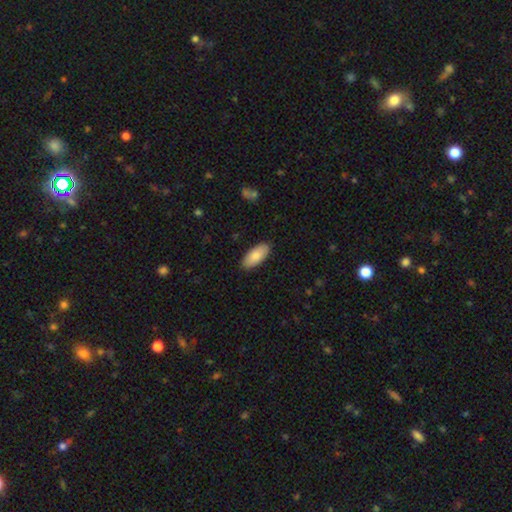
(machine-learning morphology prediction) smooth 84%, featured or disk 11%, star or artifact 6%. Down the decision tree: how rounded — in between (89%); merging — none (88%).